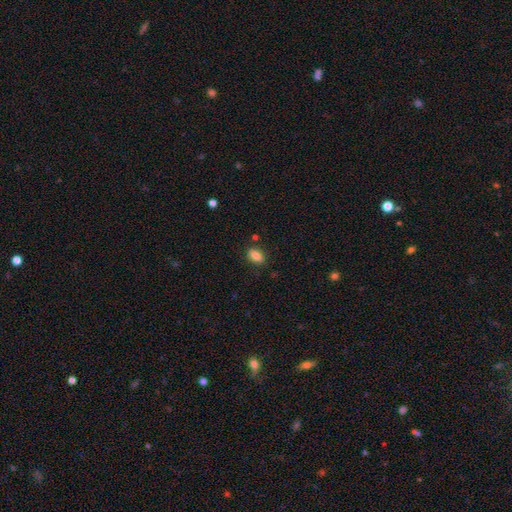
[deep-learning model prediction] A smooth galaxy with no disk features (84%) that is in between round and cigar-shaped (86%). Merging: none (84%).